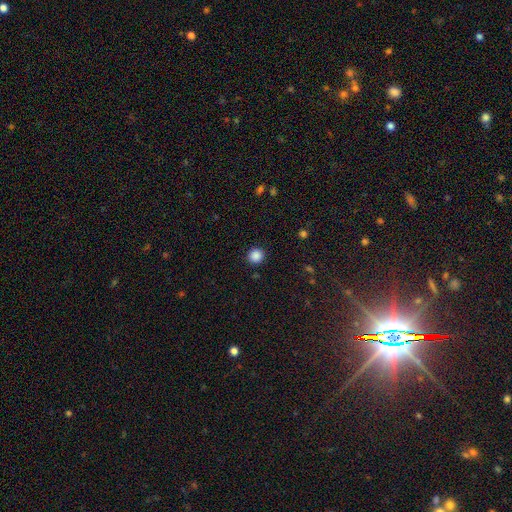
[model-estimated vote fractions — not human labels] Q: Smooth or featured?
A: smooth (87%); runner-up: star or artifact (11%)
Q: How rounded?
A: round (94%); runner-up: in between (6%)
Q: Merging?
A: none (92%); runner-up: minor disturbance (5%)